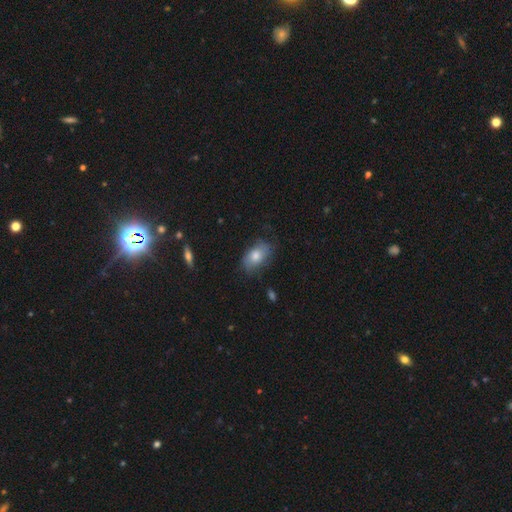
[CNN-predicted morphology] smooth-or-featured: smooth: 68% | featured or disk: 23% | star or artifact: 9%
  how-rounded: in between: 88% | round: 9% | cigar-shaped: 2%
  merging: none: 70% | minor disturbance: 22% | major disturbance: 7% | merger: 1%